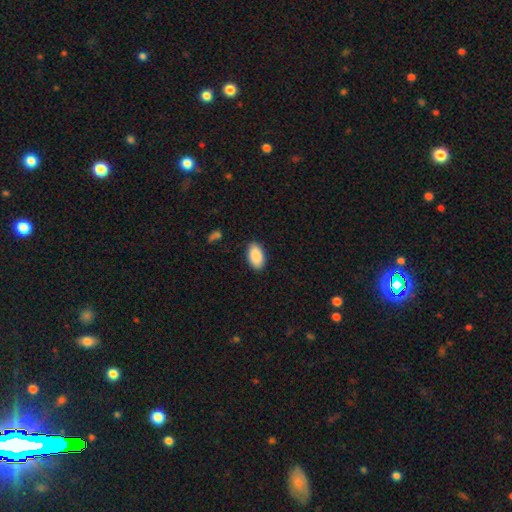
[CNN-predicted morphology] The model was most divided on "merging": none: 87%, minor disturbance: 10%, major disturbance: 2%, merger: 1%. More confident: how rounded — in between (94%); smooth or featured — smooth (90%).